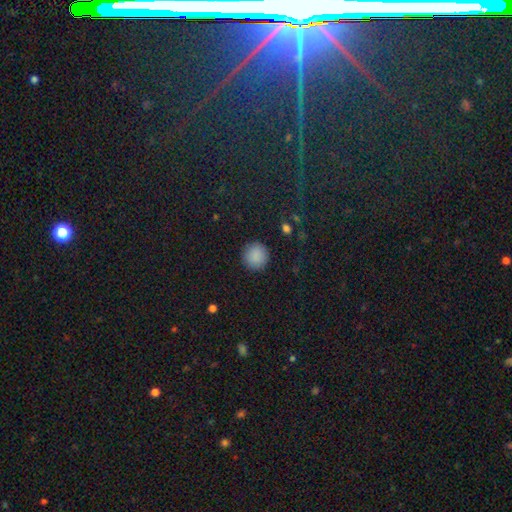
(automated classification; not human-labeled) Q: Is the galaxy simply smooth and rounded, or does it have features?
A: smooth — 89%.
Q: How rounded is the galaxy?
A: round — 95%.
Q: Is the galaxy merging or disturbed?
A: none — 91%.